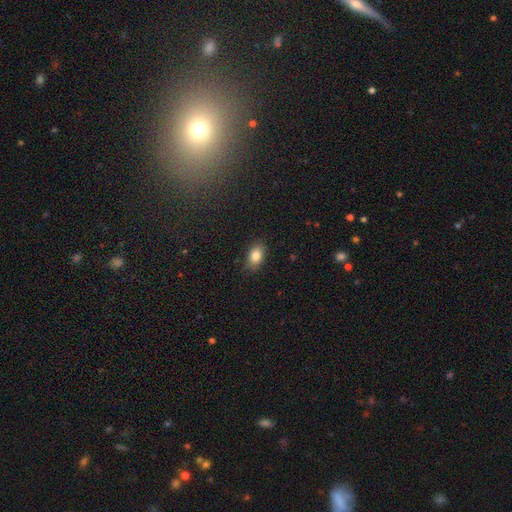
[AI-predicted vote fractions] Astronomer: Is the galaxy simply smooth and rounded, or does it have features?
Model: smooth — 84%.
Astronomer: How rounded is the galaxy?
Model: in between — 87%.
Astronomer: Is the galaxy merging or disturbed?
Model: none — 83%.